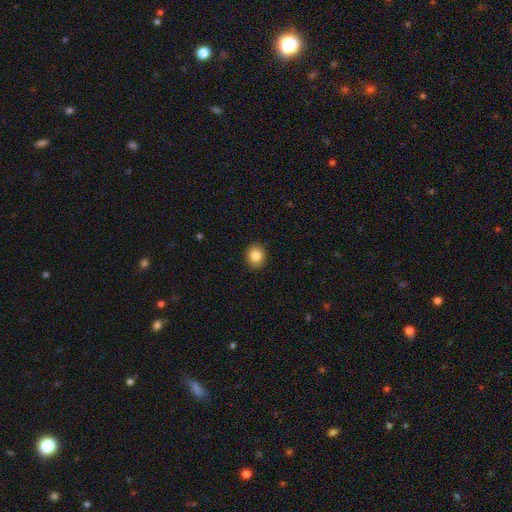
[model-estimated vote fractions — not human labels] Overall: smooth (84%). How rounded: round (72%). Merging: none (91%).